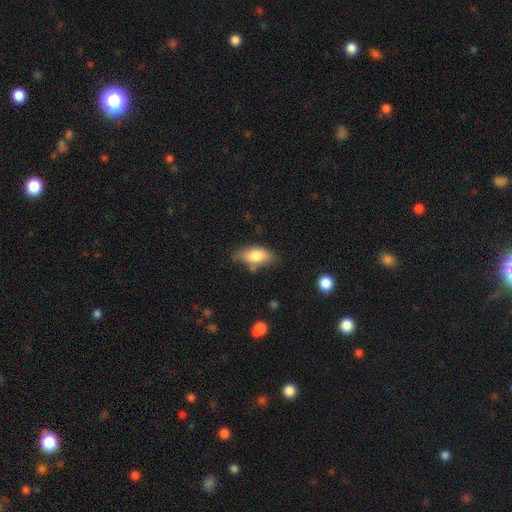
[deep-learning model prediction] Smooth or featured: smooth — 77% (featured or disk — 16%)
How rounded: in between — 88% (cigar-shaped — 8%)
Merging: none — 58% (minor disturbance — 29%)